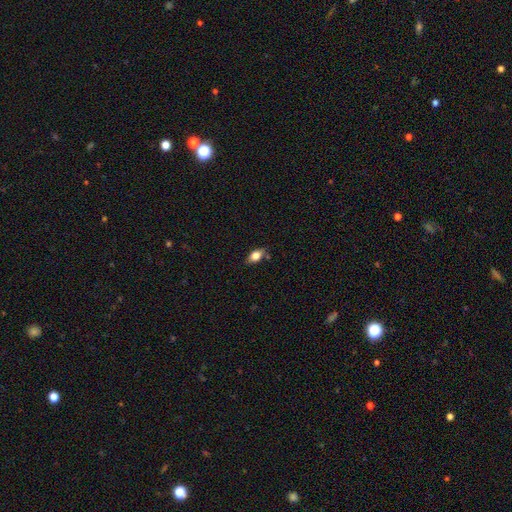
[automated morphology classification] Smooth or featured?
  - smooth: 72% *
  - featured or disk: 20%
  - star or artifact: 9%
How rounded?
  - in between: 86% *
  - round: 7%
  - cigar-shaped: 7%
Merging?
  - none: 77% *
  - minor disturbance: 17%
  - merger: 4%
  - major disturbance: 3%